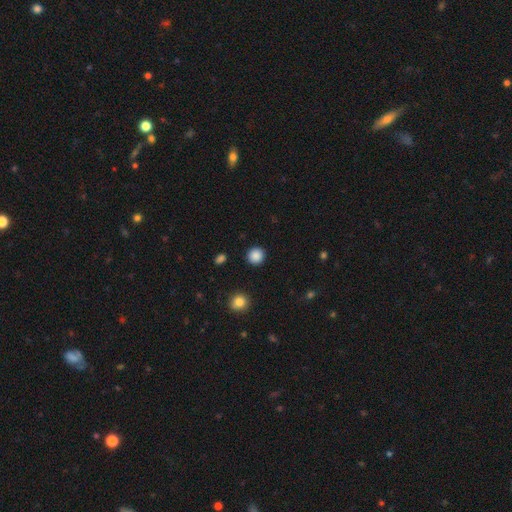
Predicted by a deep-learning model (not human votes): Smooth or featured: smooth — 88% (star or artifact — 9%)
How rounded: round — 93% (in between — 6%)
Merging: none — 92% (minor disturbance — 5%)